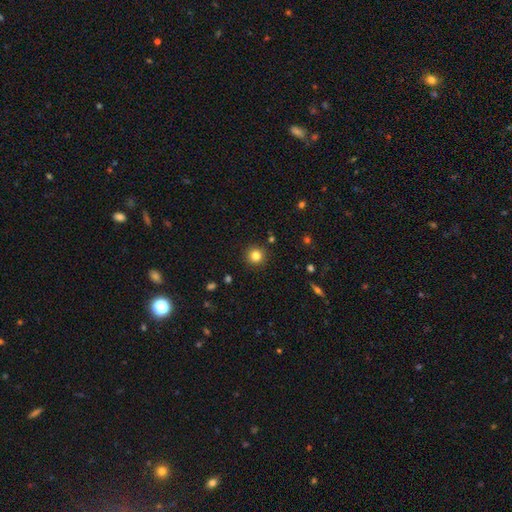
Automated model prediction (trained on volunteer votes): Smooth or featured?
  - smooth: 82% *
  - star or artifact: 12%
  - featured or disk: 6%
How rounded?
  - round: 95% *
  - in between: 4%
  - cigar-shaped: 1%
Merging?
  - none: 91% *
  - minor disturbance: 5%
  - major disturbance: 2%
  - merger: 2%